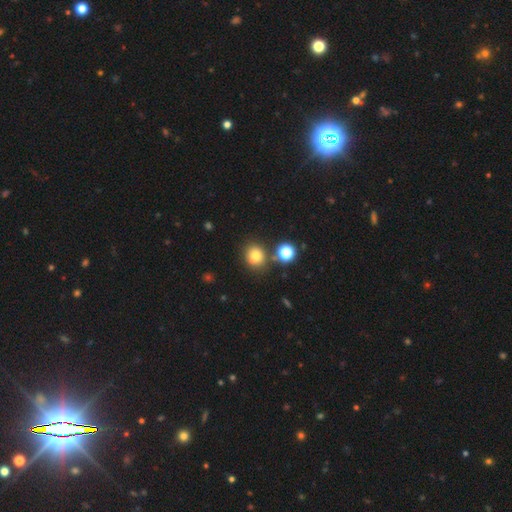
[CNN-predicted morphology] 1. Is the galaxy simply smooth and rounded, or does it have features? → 75% smooth, 15% star or artifact, 9% featured or disk.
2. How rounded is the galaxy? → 83% round, 16% in between, 1% cigar-shaped.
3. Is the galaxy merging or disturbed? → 75% none, 12% merger, 11% minor disturbance, 3% major disturbance.